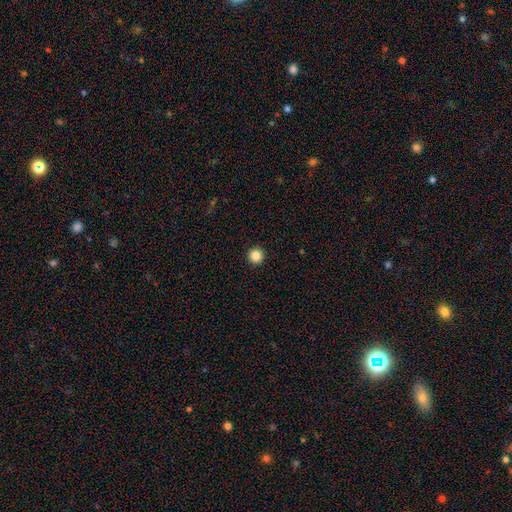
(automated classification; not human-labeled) The model was most divided on "smooth or featured": smooth: 86%, star or artifact: 11%, featured or disk: 4%. More confident: how rounded — round (96%); merging — none (94%).